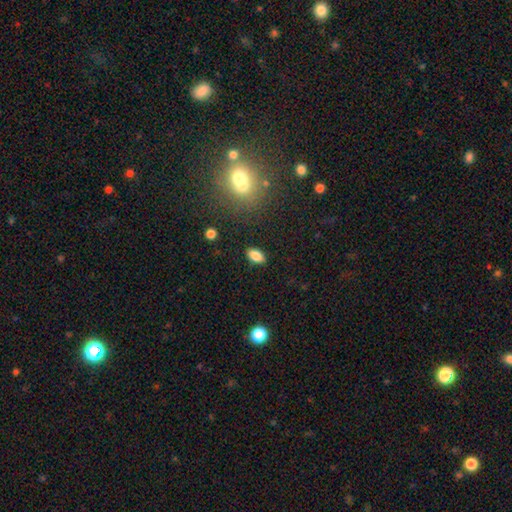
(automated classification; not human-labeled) Morphology: type=smooth (84%); roundness=in between (91%); merging=none (88%).